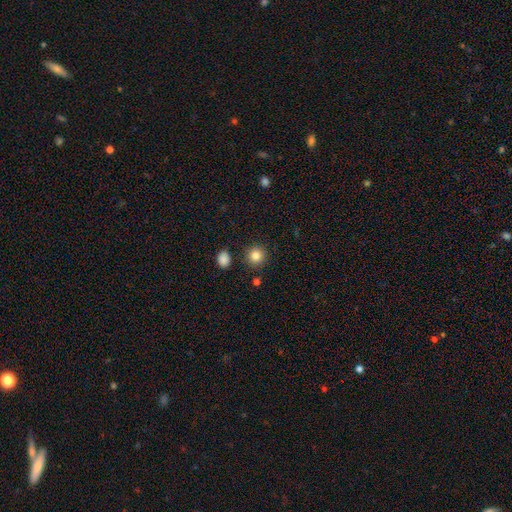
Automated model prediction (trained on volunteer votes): This is clearly a smooth galaxy (86%). How rounded: clearly round (92%). Merging: clearly none (88%).